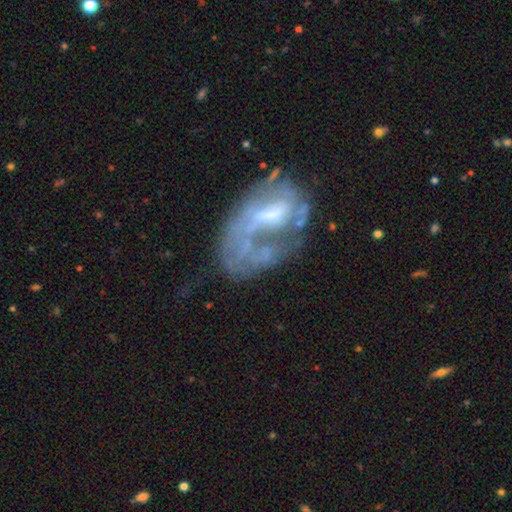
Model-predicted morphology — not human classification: A featured or disk galaxy (68%) with no bar (52%), no spiral arms (55%) and a moderate central bulge (38%). Merging: major disturbance (35%).